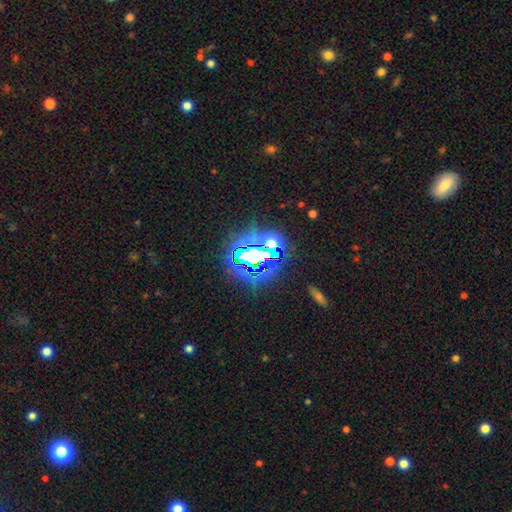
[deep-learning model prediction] The model was most divided on "smooth or featured": star or artifact: 74%, smooth: 15%, featured or disk: 11%.